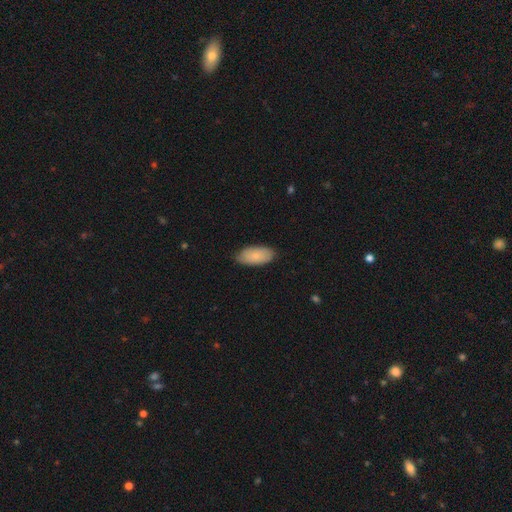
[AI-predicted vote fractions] Q: Smooth or featured?
A: smooth (80%); runner-up: featured or disk (14%)
Q: How rounded?
A: in between (93%); runner-up: cigar-shaped (4%)
Q: Merging?
A: none (82%); runner-up: minor disturbance (14%)